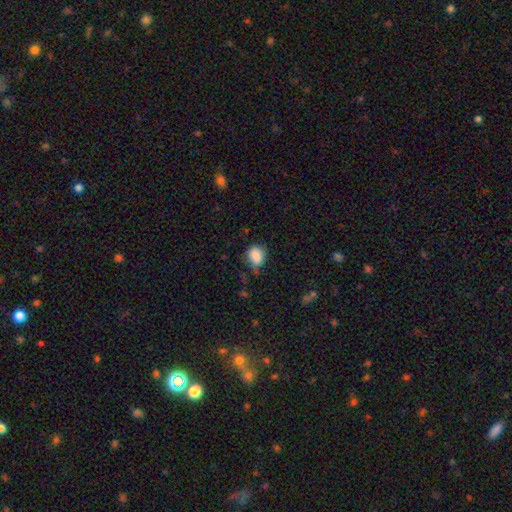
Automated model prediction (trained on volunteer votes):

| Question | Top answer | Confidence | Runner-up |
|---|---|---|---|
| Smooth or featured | smooth | 84% | star or artifact (9%) |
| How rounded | round | 56% | in between (42%) |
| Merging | none | 53% | minor disturbance (34%) |